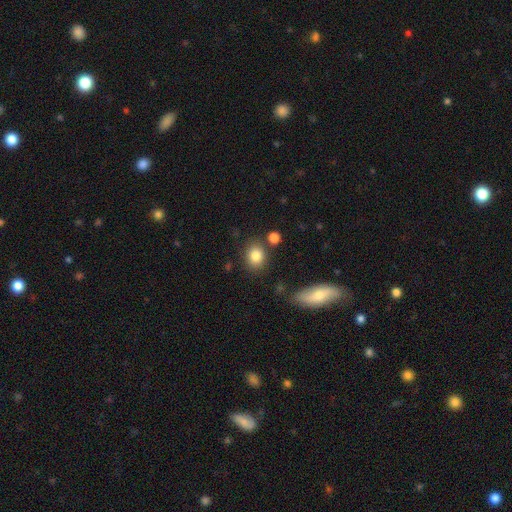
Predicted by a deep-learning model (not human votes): Smooth or featured? smooth (83%)
How rounded? round (52%)
Merging? none (79%)